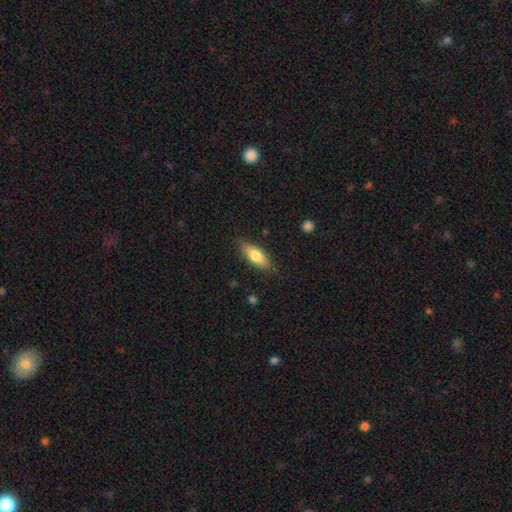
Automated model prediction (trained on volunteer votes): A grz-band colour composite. It shows a smooth galaxy with no disk features (74%) that is in between round and cigar-shaped (69%). Merging: none (84%).